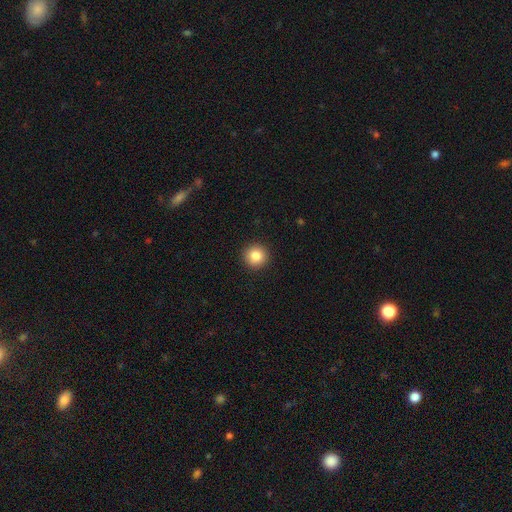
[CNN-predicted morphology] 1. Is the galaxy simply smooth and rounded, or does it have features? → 84% smooth, 10% star or artifact, 7% featured or disk.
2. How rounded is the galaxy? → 95% round, 4% in between, 1% cigar-shaped.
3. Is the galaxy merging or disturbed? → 93% none, 5% minor disturbance, 2% major disturbance, 1% merger.